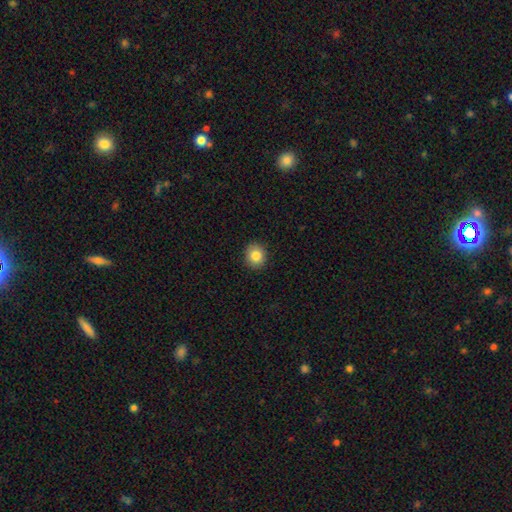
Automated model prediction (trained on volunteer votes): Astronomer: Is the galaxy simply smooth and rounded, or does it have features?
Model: smooth — 85%.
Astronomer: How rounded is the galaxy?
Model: round — 83%.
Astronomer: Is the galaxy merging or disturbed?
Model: none — 91%.